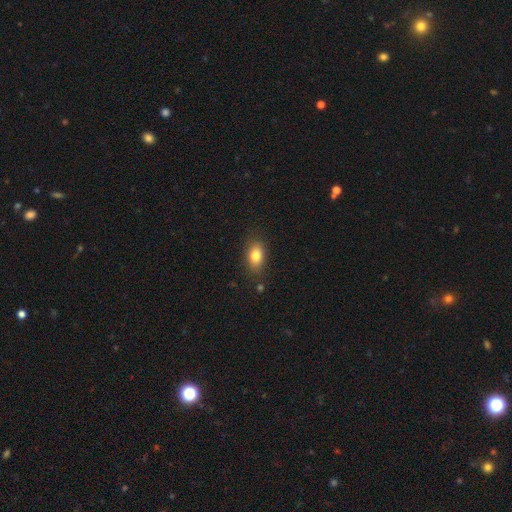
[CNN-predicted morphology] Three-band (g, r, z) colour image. It shows a smooth galaxy with no disk features (81%) that is in between round and cigar-shaped (81%). Merging: none (83%).